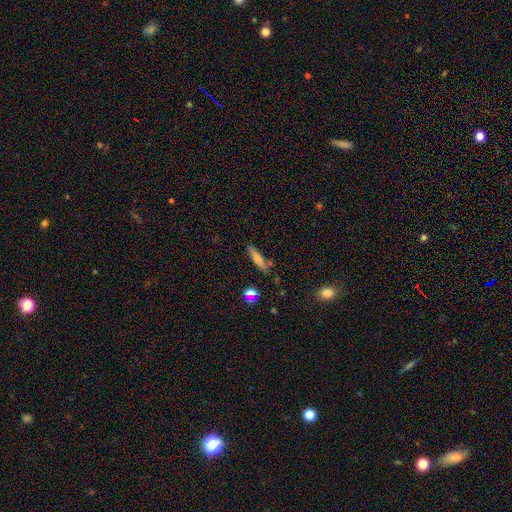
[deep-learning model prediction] This appears to be a smooth galaxy with no disk features (57%) that is cigar-shaped (85%). Merging: none (78%).